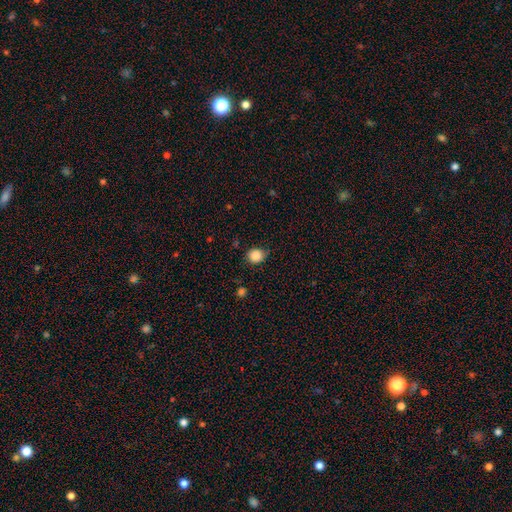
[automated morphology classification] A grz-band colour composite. It shows a smooth galaxy with no disk features (86%) that is round (81%). Merging: none (76%).